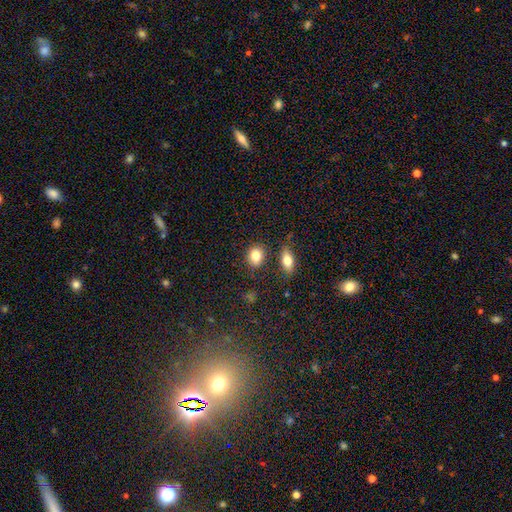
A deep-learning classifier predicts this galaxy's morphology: A smooth galaxy with no disk features (83%) that is in between round and cigar-shaped (50%). Merging: none (78%).